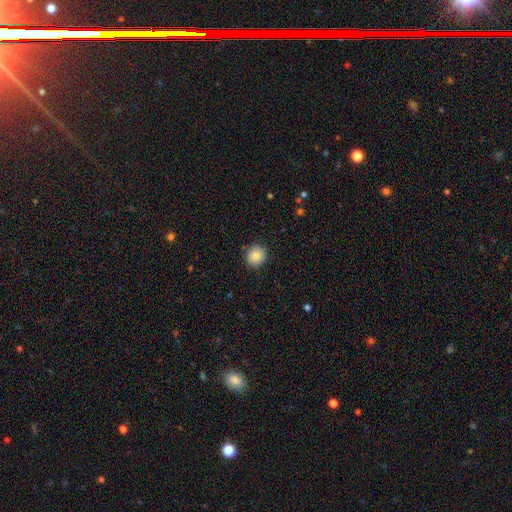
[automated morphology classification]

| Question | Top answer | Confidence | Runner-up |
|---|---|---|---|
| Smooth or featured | smooth | 85% | star or artifact (9%) |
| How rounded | round | 88% | in between (11%) |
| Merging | none | 89% | minor disturbance (8%) |